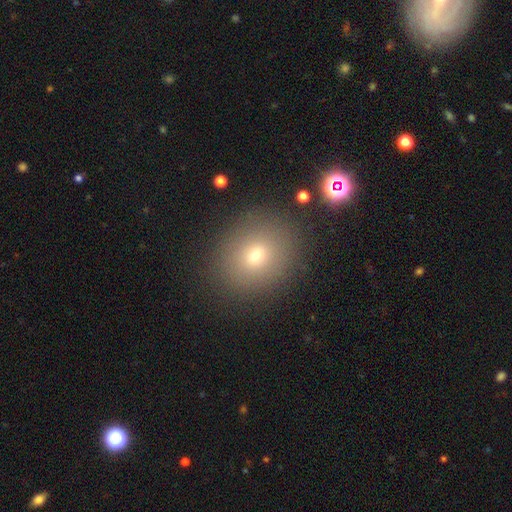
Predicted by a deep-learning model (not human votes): smooth-or-featured: smooth: 68% | star or artifact: 21% | featured or disk: 11%
  how-rounded: round: 72% | in between: 27% | cigar-shaped: 1%
  merging: none: 87% | minor disturbance: 8% | major disturbance: 3% | merger: 2%